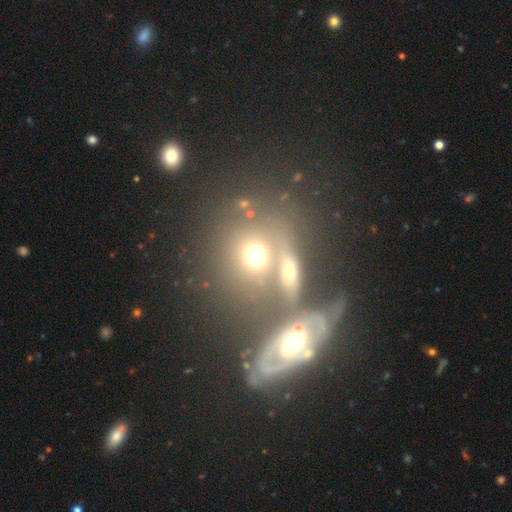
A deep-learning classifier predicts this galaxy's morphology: The model was most divided on "merging": merger: 47%, none: 35%, minor disturbance: 9%, major disturbance: 8%. More confident: how rounded — round (67%); smooth or featured — smooth (59%).